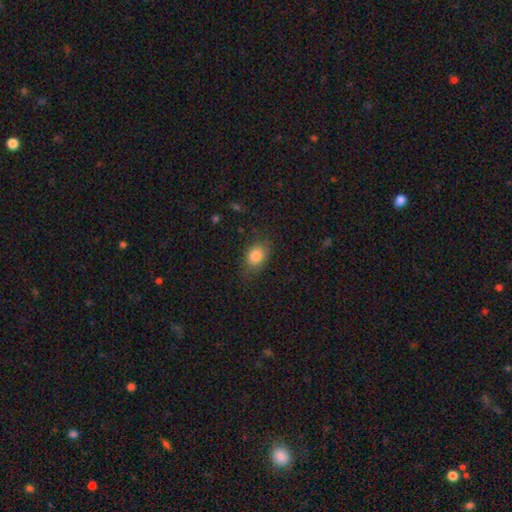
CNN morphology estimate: Smooth or featured? smooth (83%)
How rounded? in between (68%)
Merging? none (72%)